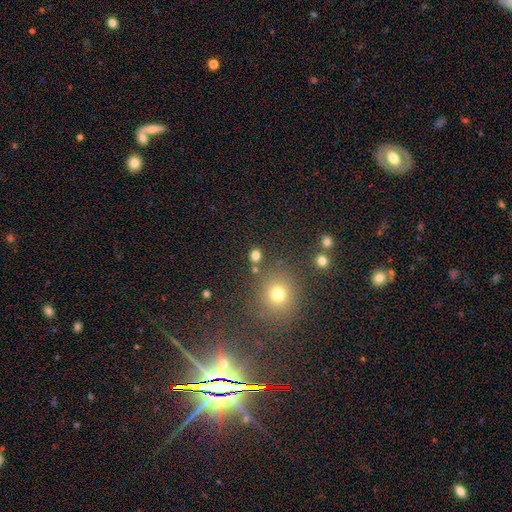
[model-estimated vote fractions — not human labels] This appears to be a smooth galaxy with no disk features (76%) that is round (73%). Merging: none (81%).